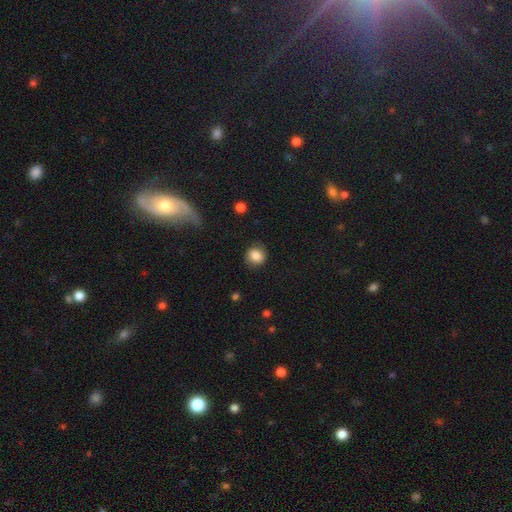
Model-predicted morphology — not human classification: Smooth or featured? smooth (82%)
How rounded? round (80%)
Merging? none (82%)